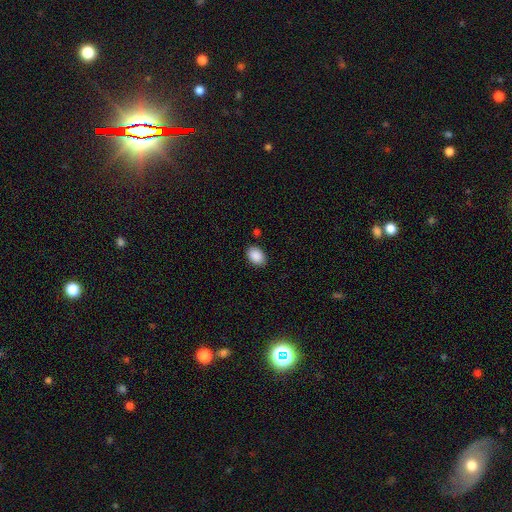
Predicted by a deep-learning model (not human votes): Smooth or featured?
  - smooth: 89% *
  - star or artifact: 7%
  - featured or disk: 3%
How rounded?
  - in between: 81% *
  - round: 18%
  - cigar-shaped: 1%
Merging?
  - none: 86% *
  - minor disturbance: 10%
  - major disturbance: 2%
  - merger: 2%